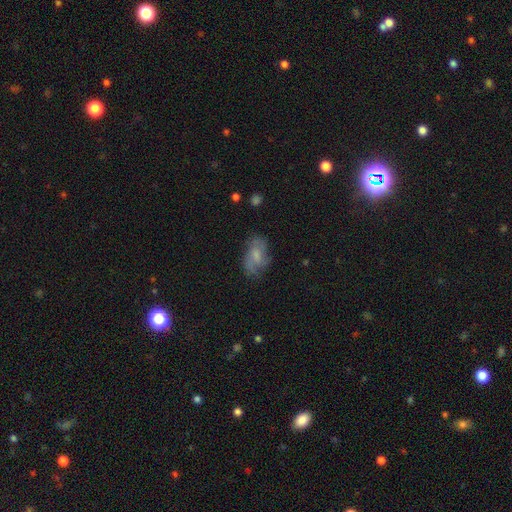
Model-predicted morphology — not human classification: Smooth or featured?
  - smooth: 49% *
  - featured or disk: 41%
  - star or artifact: 9%
Merging?
  - none: 57% *
  - minor disturbance: 26%
  - major disturbance: 15%
  - merger: 2%